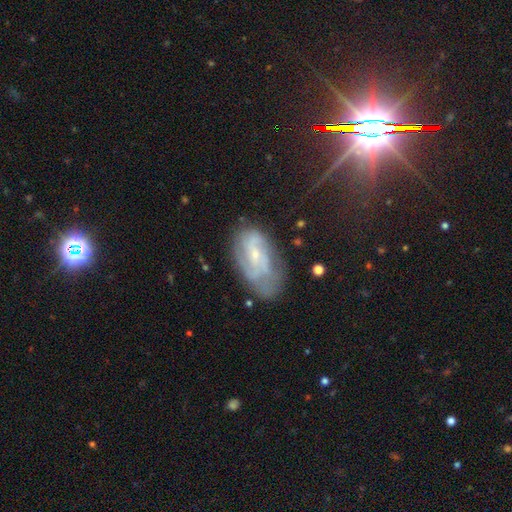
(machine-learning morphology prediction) Smooth or featured? featured or disk (73%)
Edge-on disk? no (95%)
Bar? no (47%)
Spiral arms? yes (87%)
Spiral winding? tight (41%, tied with medium)
Spiral arm count? 2 (40%)
Bulge size? small (70%)
Merging? none (57%)